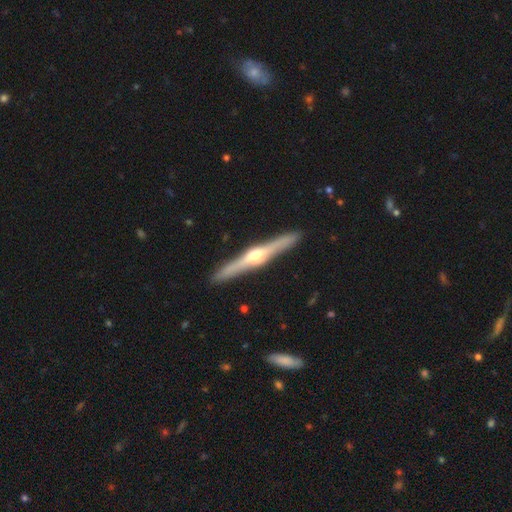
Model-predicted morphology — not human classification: Overall: featured or disk (79%). Edge-on disk: yes (98%). Edge-on bulge: rounded (93%). Merging: none (92%).